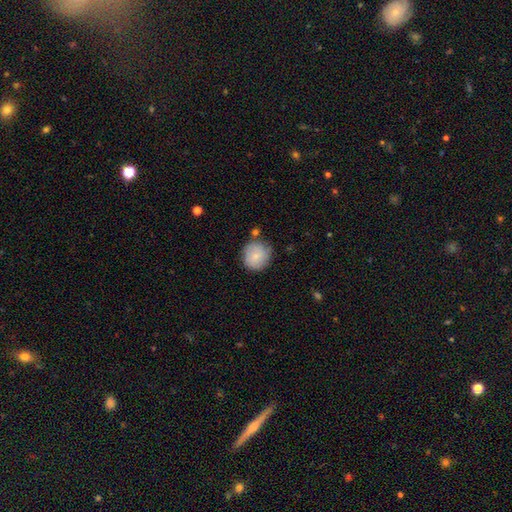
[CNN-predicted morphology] Overall: smooth (77%). How rounded: round (88%). Merging: none (68%).